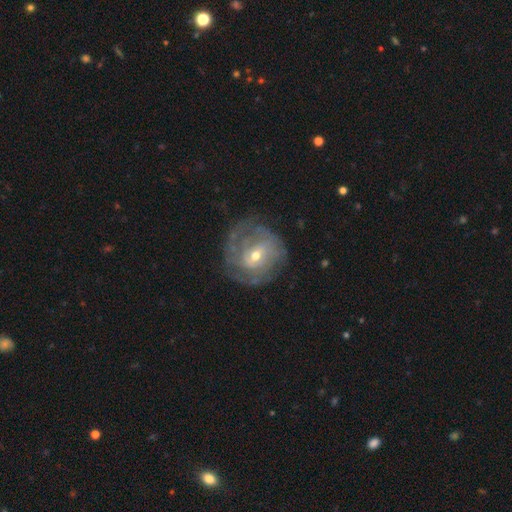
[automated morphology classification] smooth-or-featured: featured or disk: 78% | smooth: 15% | star or artifact: 7%
  disk-edge-on: no: 97% | yes: 3%
    bar: no: 50% | weak: 40% | strong: 10%
    has-spiral-arms: yes: 84% | no: 16%
      spiral-winding: tight: 62% | medium: 27% | loose: 11%
      spiral-arm-count: can't tell: 46% | 2: 24% | 3: 13% | 1: 6% | 4: 6% | more than 4: 4%
    bulge-size: moderate: 57% | small: 38% | large: 3% | none: 1% | dominant: 1%
  merging: none: 64% | minor disturbance: 20% | major disturbance: 14% | merger: 2%